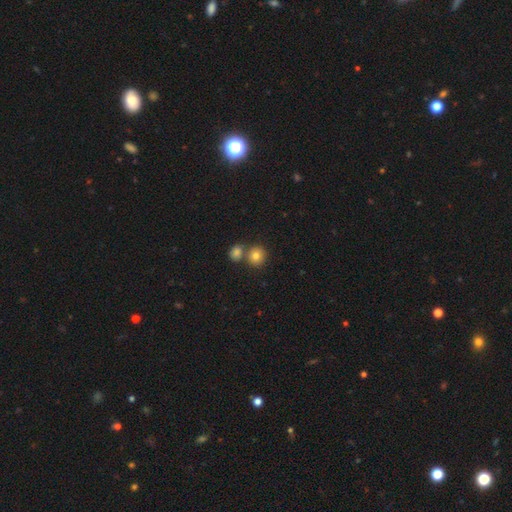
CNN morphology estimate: A smooth galaxy with no disk features (81%) that is round (86%). Merging: none (60%).